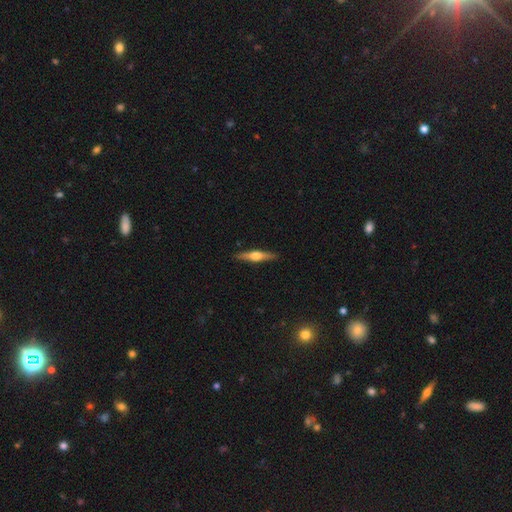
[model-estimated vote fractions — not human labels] A featured or disk galaxy (65%) viewed edge-on (97%) with a rounded central bulge (92%).

Vote fractions:
- Smooth or featured? featured or disk: 65% / smooth: 29% / star or artifact: 6%
- Edge-on disk? yes: 97% / no: 3%
- Edge-on bulge? rounded: 92% / boxy: 5% / none: 3%
- Merging? none: 90% / minor disturbance: 7% / major disturbance: 1% / merger: 1%